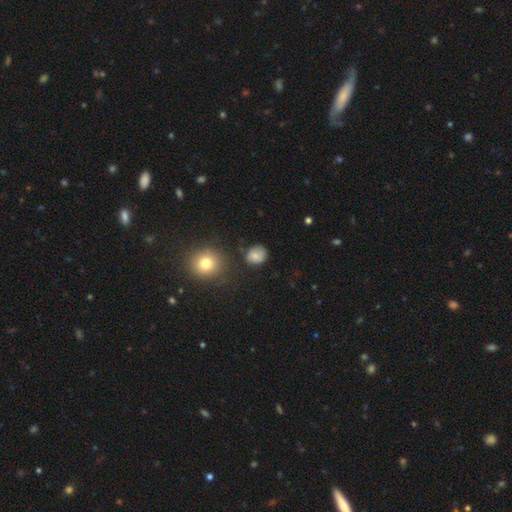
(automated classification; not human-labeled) Morphology: type=smooth (76%); roundness=round (74%); merging=none (74%).